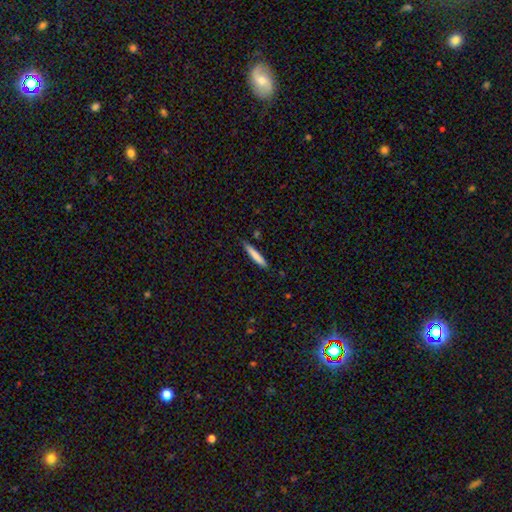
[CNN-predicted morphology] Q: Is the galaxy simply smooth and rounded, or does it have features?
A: smooth — 80%.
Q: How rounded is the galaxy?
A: cigar-shaped — 92%.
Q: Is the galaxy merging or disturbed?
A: none — 85%.